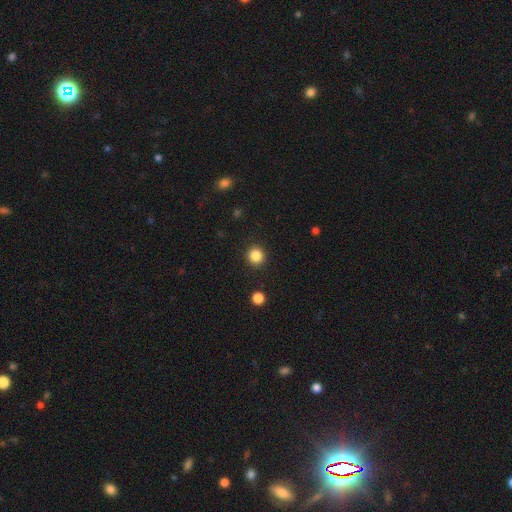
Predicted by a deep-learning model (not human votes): smooth 86%, star or artifact 11%, featured or disk 3%. Down the decision tree: how rounded — round (94%); merging — none (92%).